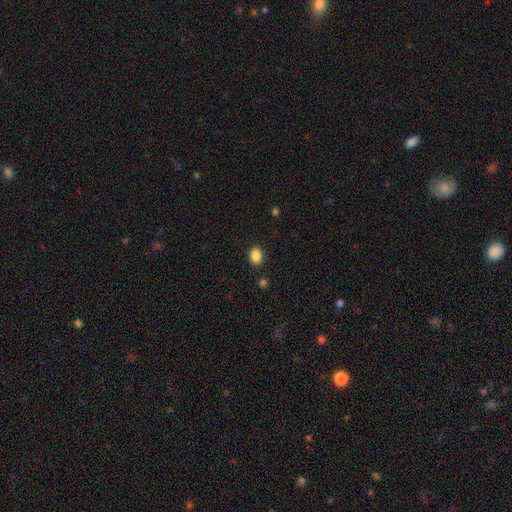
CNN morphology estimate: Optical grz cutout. It shows a smooth galaxy with no disk features (87%) that is in between round and cigar-shaped (73%). Merging: none (87%).